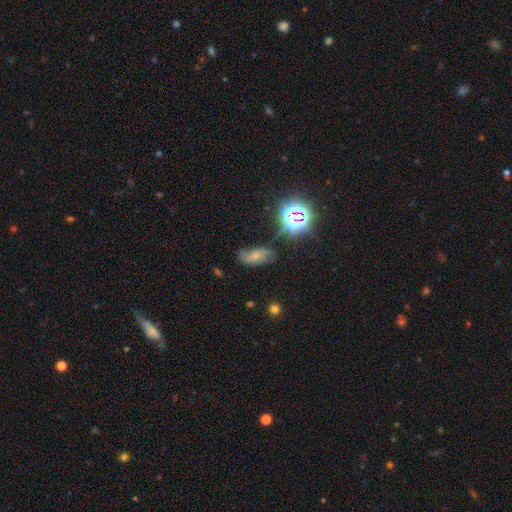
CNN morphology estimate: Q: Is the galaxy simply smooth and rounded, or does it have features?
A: smooth — 51%.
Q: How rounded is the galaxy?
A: in between — 87%.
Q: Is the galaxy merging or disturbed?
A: none — 58%.